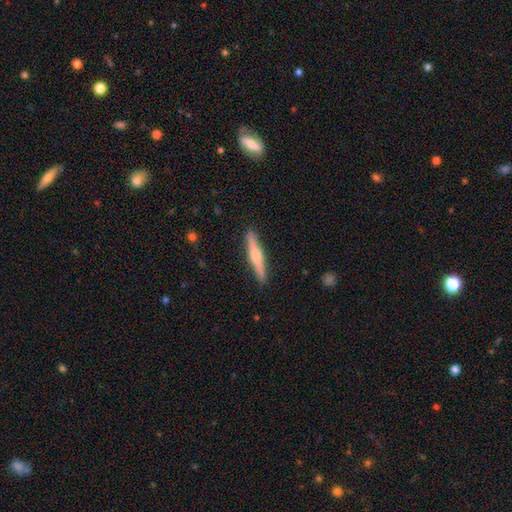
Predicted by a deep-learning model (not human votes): A featured or disk galaxy (54%) viewed edge-on (97%) with a rounded central bulge (79%). Merging: none (90%).